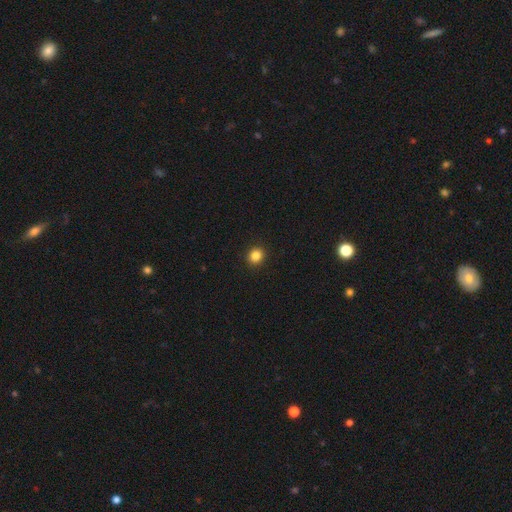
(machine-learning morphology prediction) smooth-or-featured: smooth: 85% | star or artifact: 11% | featured or disk: 4%
  how-rounded: round: 84% | in between: 15% | cigar-shaped: 1%
  merging: none: 93% | minor disturbance: 5% | major disturbance: 2% | merger: 1%